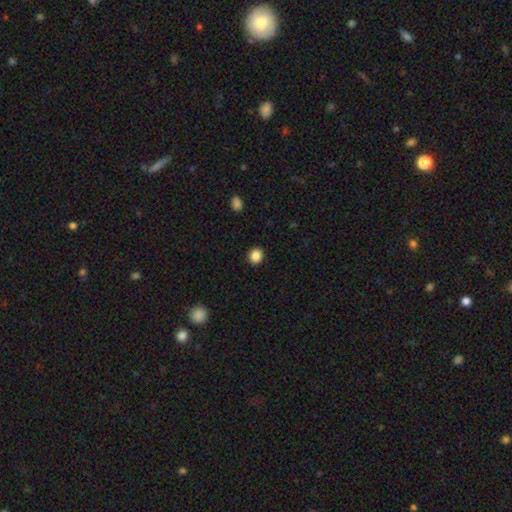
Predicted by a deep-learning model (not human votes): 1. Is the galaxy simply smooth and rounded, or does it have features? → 86% smooth, 10% star or artifact, 3% featured or disk.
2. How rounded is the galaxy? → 83% round, 16% in between, 1% cigar-shaped.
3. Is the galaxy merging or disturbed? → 92% none, 5% minor disturbance, 2% major disturbance, 1% merger.